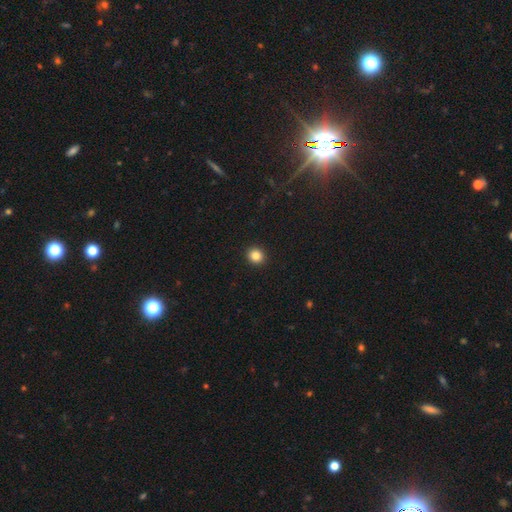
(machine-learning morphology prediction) A smooth galaxy with no disk features (85%) that is round (86%). Merging: none (93%).